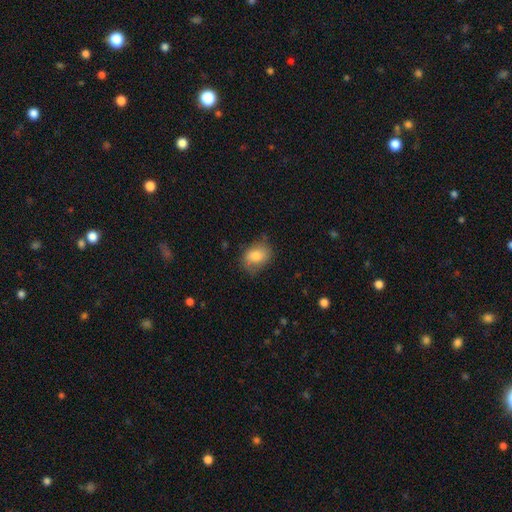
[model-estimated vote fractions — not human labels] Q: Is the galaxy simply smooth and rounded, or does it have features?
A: smooth — 82%.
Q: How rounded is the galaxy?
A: in between — 70%.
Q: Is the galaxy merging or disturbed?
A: none — 69%.